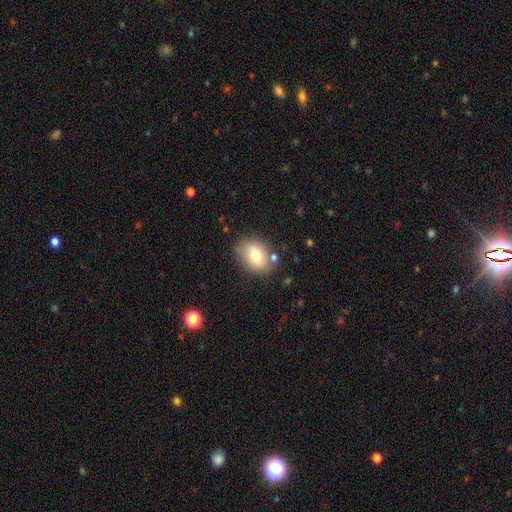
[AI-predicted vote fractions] Overall: smooth (74%). How rounded: in between (66%; round 32%). Merging: none (77%).